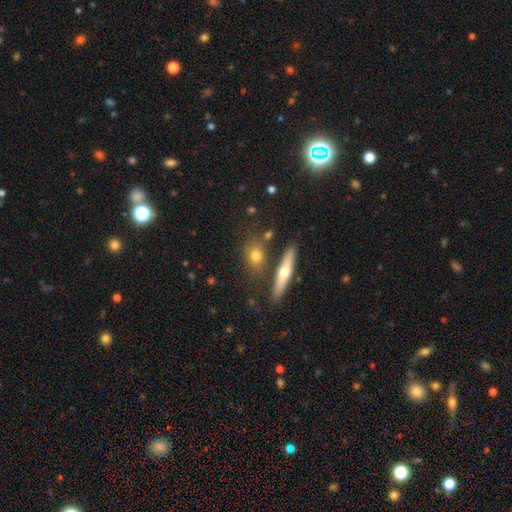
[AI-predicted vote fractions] smooth_or_featured: smooth (p=0.64) [alt: featured or disk p=0.26]
how_rounded: in between (p=0.43) [alt: round p=0.34]
merging: none (p=0.74) [alt: minor disturbance p=0.11]